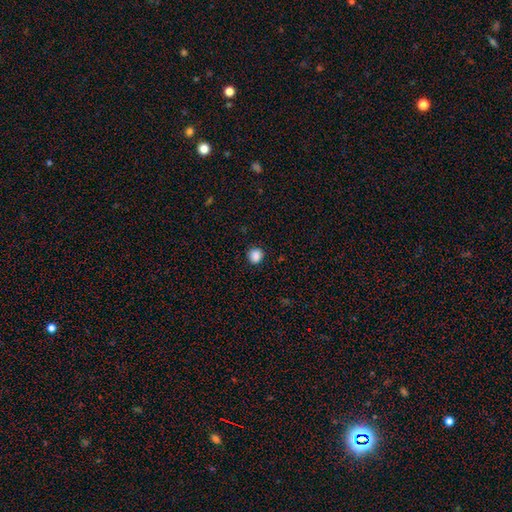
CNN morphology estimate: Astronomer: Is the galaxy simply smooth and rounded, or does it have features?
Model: smooth — 86%.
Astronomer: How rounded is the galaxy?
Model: round — 87%.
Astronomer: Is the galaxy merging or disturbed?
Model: none — 88%.